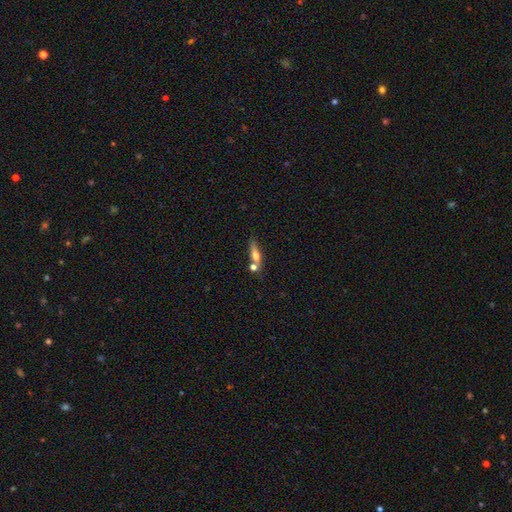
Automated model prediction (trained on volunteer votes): smooth_or_featured: smooth (p=0.57) [alt: featured or disk p=0.34]
how_rounded: cigar-shaped (p=0.58) [alt: in between p=0.35]
merging: none (p=0.52) [alt: merger p=0.27]